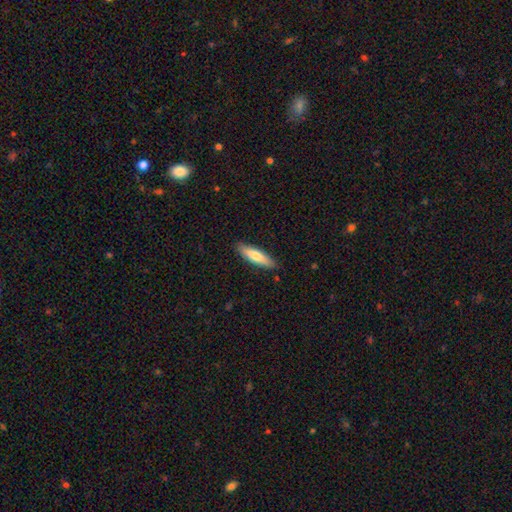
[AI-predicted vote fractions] Smooth or featured? Predicted: smooth (p=0.71). How rounded? Predicted: cigar-shaped (p=0.69). Merging? Predicted: none (p=0.87).